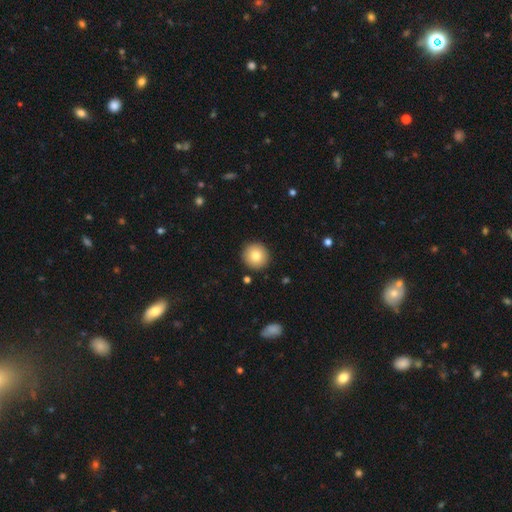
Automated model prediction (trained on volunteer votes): A smooth galaxy with no disk features (79%) that is round (95%). Merging: none (92%).